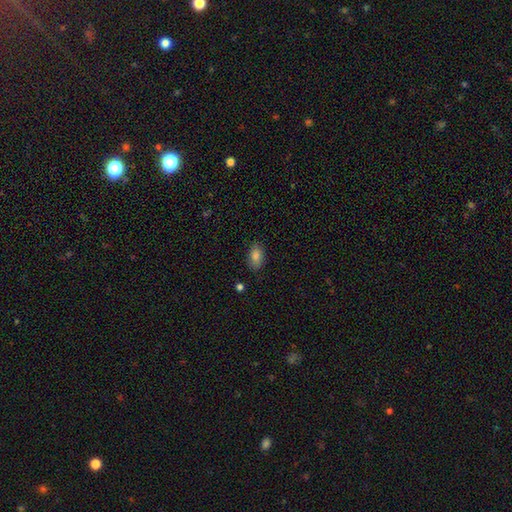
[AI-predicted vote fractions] A smooth galaxy with no disk features (84%) that is in between round and cigar-shaped (90%).

Vote fractions:
- Smooth or featured? smooth: 84% / star or artifact: 9% / featured or disk: 7%
- How rounded? in between: 90% / round: 7% / cigar-shaped: 2%
- Merging? none: 84% / minor disturbance: 12% / major disturbance: 3% / merger: 1%